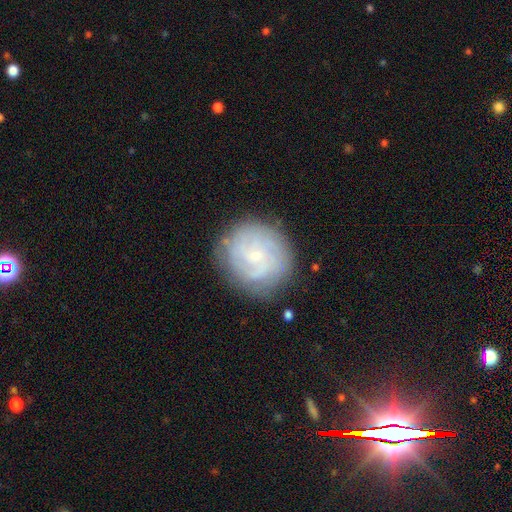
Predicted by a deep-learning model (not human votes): Smooth or featured: featured or disk — 59% (smooth — 33%)
Edge-on disk: no — 98% (yes — 2%)
Bar: no — 60% (weak — 35%)
Spiral arms: yes — 81% (no — 19%)
Bulge size: small — 68% (moderate — 20%)
Merging: none — 77% (minor disturbance — 15%)